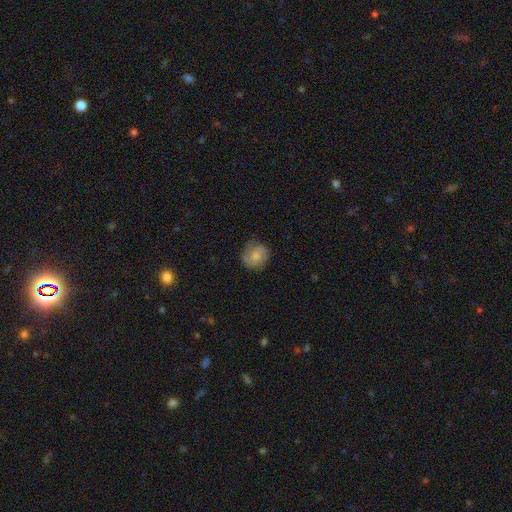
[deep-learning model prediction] smooth_or_featured: smooth (p=0.61) [alt: featured or disk p=0.31]
how_rounded: round (p=0.81) [alt: in between p=0.18]
merging: none (p=0.72) [alt: minor disturbance p=0.20]